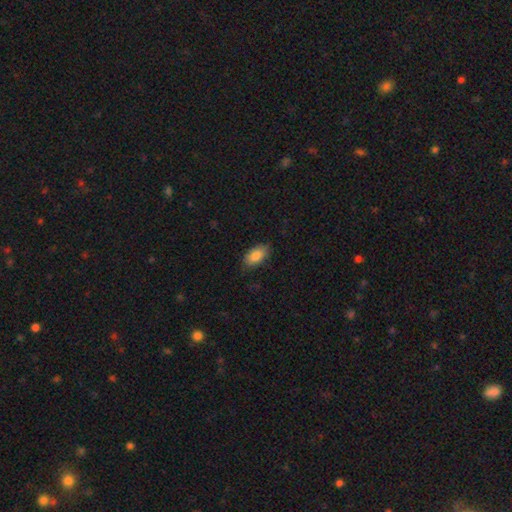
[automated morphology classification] smooth-or-featured: smooth: 84% | featured or disk: 9% | star or artifact: 7%
  how-rounded: in between: 92% | round: 4% | cigar-shaped: 3%
  merging: none: 82% | minor disturbance: 15% | major disturbance: 3% | merger: 1%